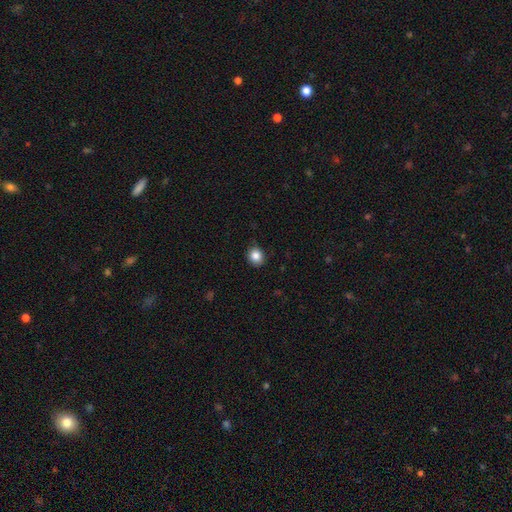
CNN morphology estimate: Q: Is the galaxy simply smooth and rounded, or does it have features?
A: smooth — 86%.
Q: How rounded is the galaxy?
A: round — 71%.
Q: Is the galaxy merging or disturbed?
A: none — 87%.